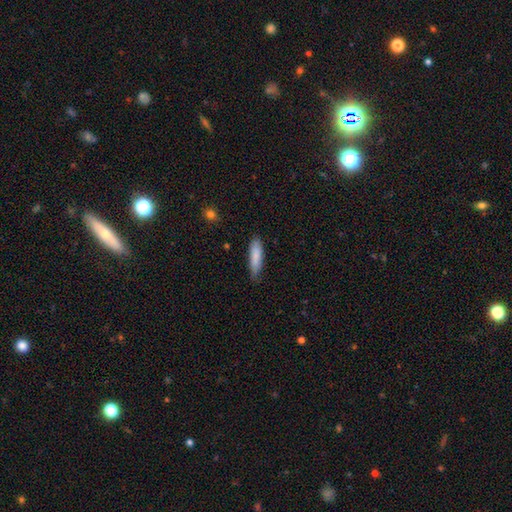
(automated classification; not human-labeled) Overall: smooth (85%). How rounded: cigar-shaped (63%; in between 36%). Merging: none (74%).